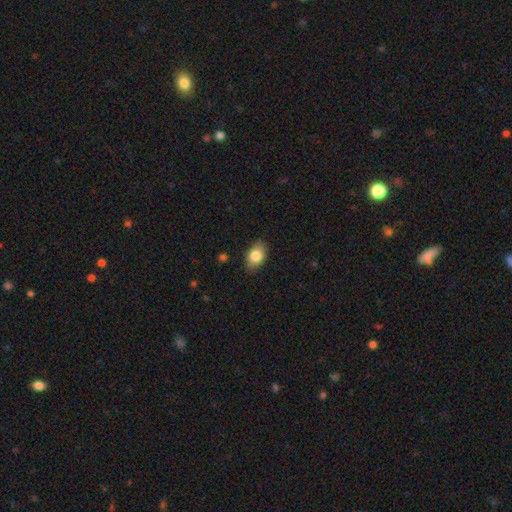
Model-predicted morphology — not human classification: A smooth galaxy with no disk features (82%) that is in between round and cigar-shaped (86%).

Vote fractions:
- Smooth or featured? smooth: 82% / featured or disk: 11% / star or artifact: 8%
- How rounded? in between: 86% / round: 13% / cigar-shaped: 2%
- Merging? none: 86% / minor disturbance: 11% / major disturbance: 2% / merger: 1%